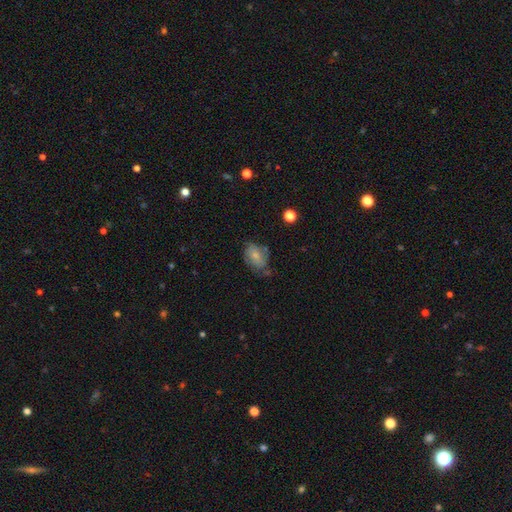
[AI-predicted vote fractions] Smooth or featured?
  - smooth: 57% *
  - featured or disk: 34%
  - star or artifact: 9%
How rounded?
  - in between: 77% *
  - round: 21%
  - cigar-shaped: 2%
Merging?
  - none: 47% *
  - minor disturbance: 33%
  - major disturbance: 15%
  - merger: 5%